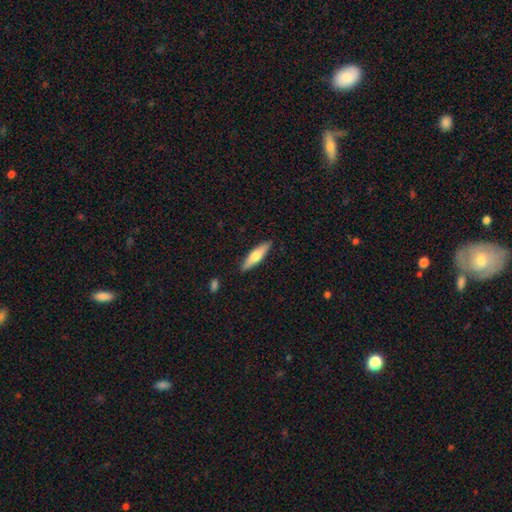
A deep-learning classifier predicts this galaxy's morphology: type=smooth (59%); roundness=cigar-shaped (72%); merging=none (88%).